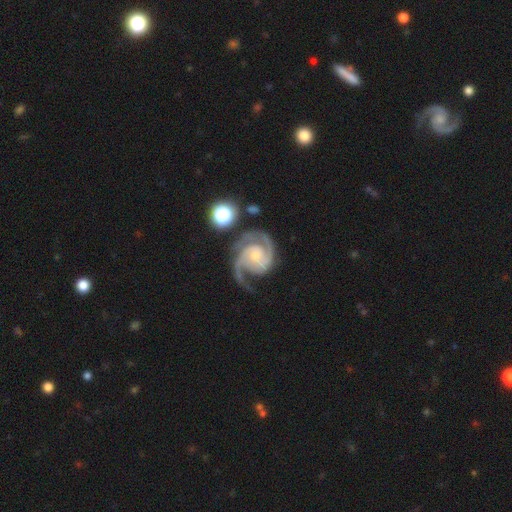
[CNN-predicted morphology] This appears to be a featured or disk galaxy (92%) with no bar (65%), 2 (81%) medium (51%) spiral arms (98%) and a small central bulge (59%). Merging: none (61%).